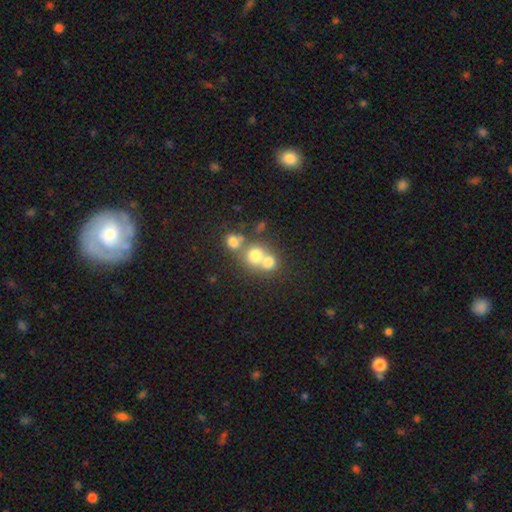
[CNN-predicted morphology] This is likely a smooth galaxy (70%). How rounded: clearly round (80%). Merging: possibly merger (56%).